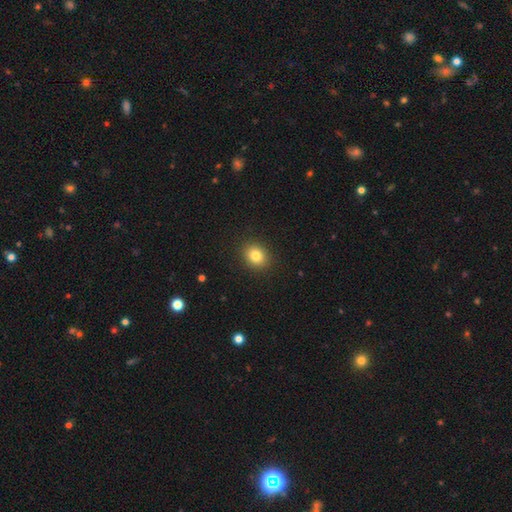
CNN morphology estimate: A smooth galaxy with no disk features (81%) that is round (64%). Merging: none (90%).